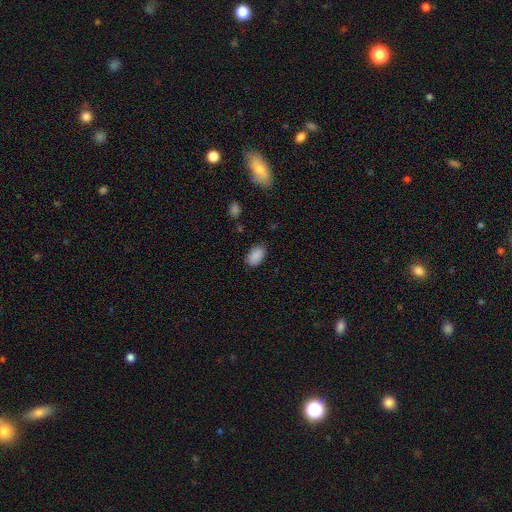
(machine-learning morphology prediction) Smooth or featured: smooth — 89% (star or artifact — 8%)
How rounded: in between — 92% (round — 7%)
Merging: none — 83% (minor disturbance — 12%)